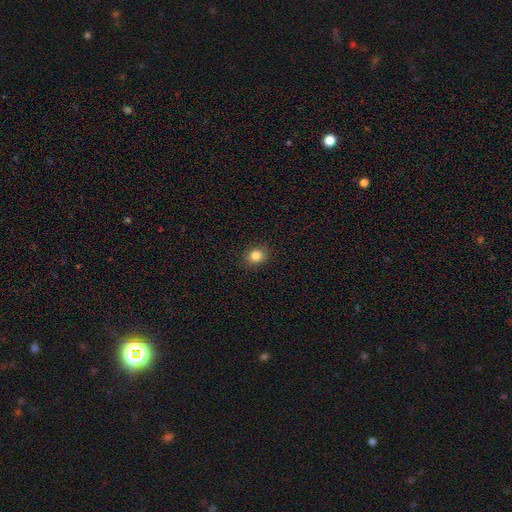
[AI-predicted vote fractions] Overall: smooth (84%). How rounded: round (68%; in between 31%). Merging: none (90%).